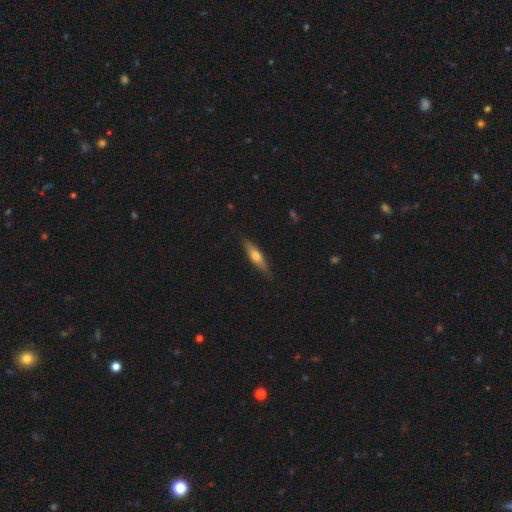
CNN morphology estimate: Smooth or featured? Predicted: smooth (p=0.53). How rounded? Predicted: cigar-shaped (p=0.73). Merging? Predicted: none (p=0.84).